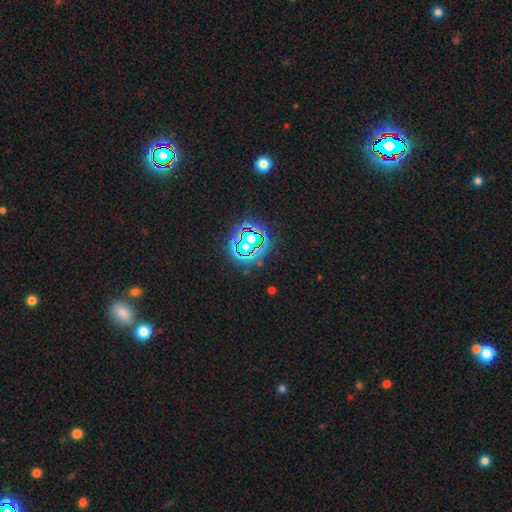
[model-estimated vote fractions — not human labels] smooth-or-featured: star or artifact: 77% | smooth: 16% | featured or disk: 7%